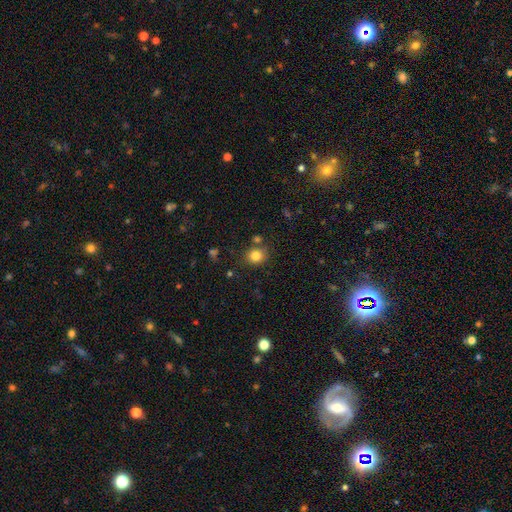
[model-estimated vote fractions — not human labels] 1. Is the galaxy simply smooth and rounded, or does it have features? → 82% smooth, 12% star or artifact, 6% featured or disk.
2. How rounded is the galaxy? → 74% round, 25% in between, 1% cigar-shaped.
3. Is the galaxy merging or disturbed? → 75% none, 12% minor disturbance, 9% merger, 4% major disturbance.